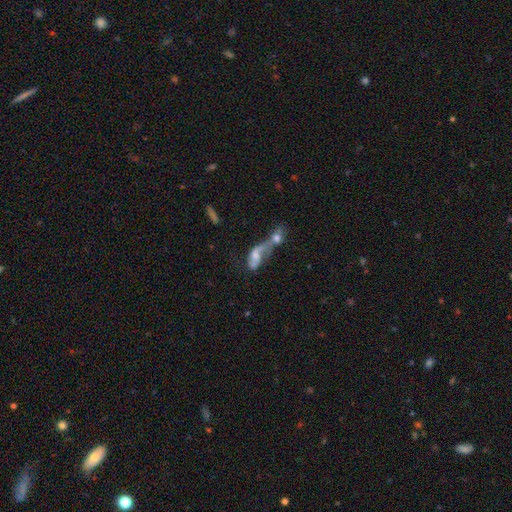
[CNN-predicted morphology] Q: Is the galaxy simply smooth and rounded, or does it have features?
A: smooth — 47%.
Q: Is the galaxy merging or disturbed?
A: merger — 72%.